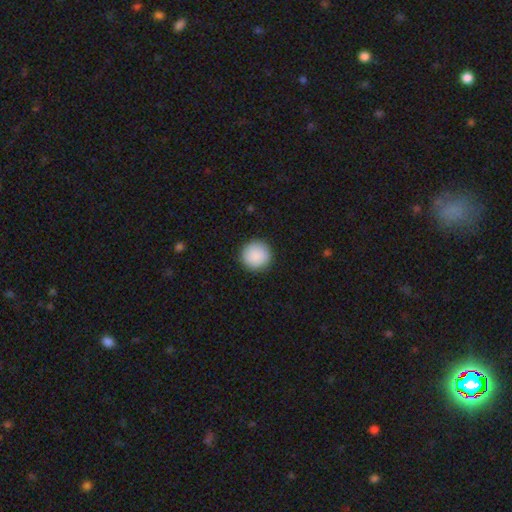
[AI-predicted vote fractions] Q: Smooth or featured?
A: smooth (90%); runner-up: star or artifact (7%)
Q: How rounded?
A: round (96%); runner-up: in between (3%)
Q: Merging?
A: none (92%); runner-up: minor disturbance (6%)